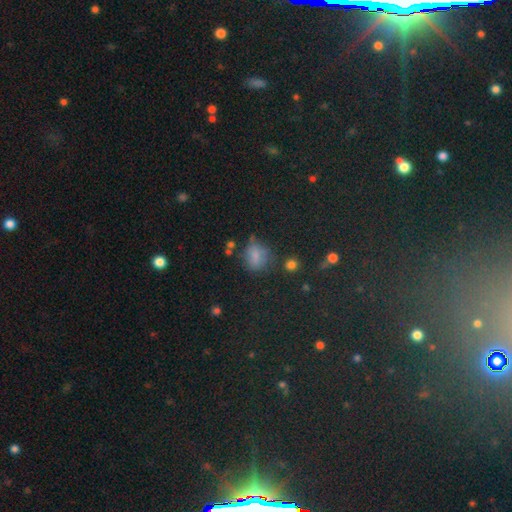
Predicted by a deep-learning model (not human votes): Smooth or featured?
  - smooth: 72% *
  - star or artifact: 17%
  - featured or disk: 11%
How rounded?
  - round: 58% *
  - in between: 40%
  - cigar-shaped: 2%
Merging?
  - none: 59% *
  - minor disturbance: 24%
  - major disturbance: 11%
  - merger: 6%